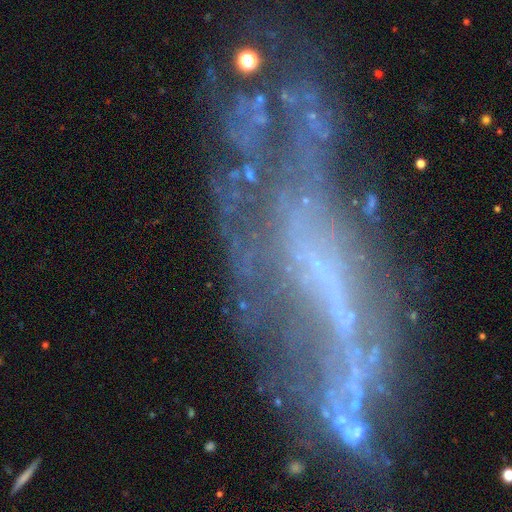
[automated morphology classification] The model was most divided on "merging": none: 39%, major disturbance: 33%, minor disturbance: 20%, merger: 8%. Remaining: edge-on disk — no (82%); smooth or featured — featured or disk (72%); bulge size — none (58%); spiral arms — yes (55%); bar — no (45%).